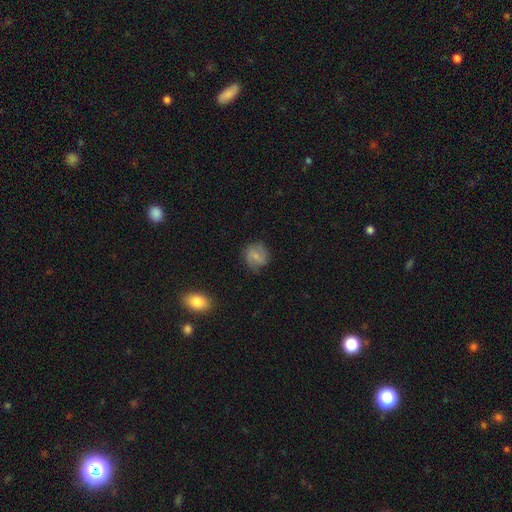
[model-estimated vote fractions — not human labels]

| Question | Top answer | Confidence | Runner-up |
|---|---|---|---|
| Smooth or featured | smooth | 60% | featured or disk (31%) |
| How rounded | round | 80% | in between (19%) |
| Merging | none | 73% | minor disturbance (19%) |